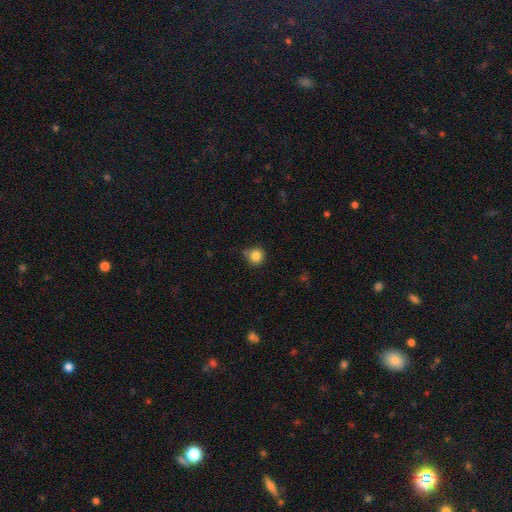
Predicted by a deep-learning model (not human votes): The model was most divided on "merging": none: 78%, minor disturbance: 15%, merger: 4%, major disturbance: 3%. More confident: how rounded — round (93%); smooth or featured — smooth (84%).